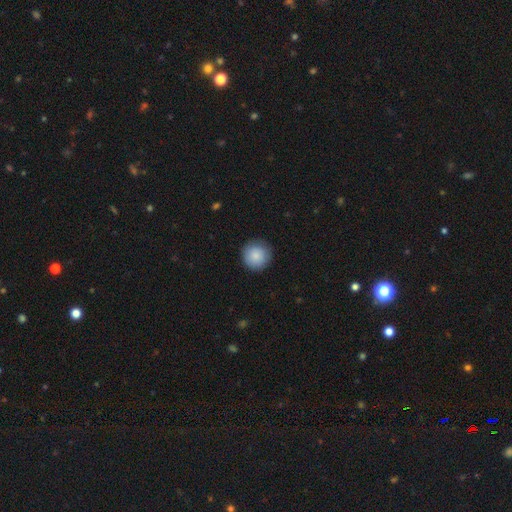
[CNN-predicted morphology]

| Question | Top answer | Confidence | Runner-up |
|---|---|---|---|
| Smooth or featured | smooth | 87% | star or artifact (7%) |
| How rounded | round | 95% | in between (4%) |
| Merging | none | 88% | minor disturbance (9%) |